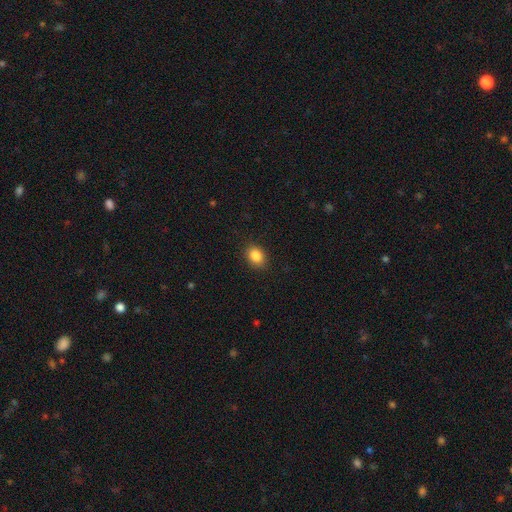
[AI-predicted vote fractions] Morphology: type=smooth (86%); roundness=in between (60%); merging=none (87%).